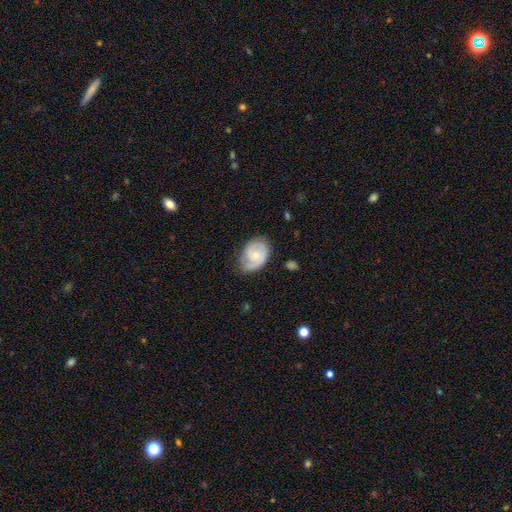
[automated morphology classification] A featured or disk galaxy (68%) with no bar (71%), 2 (56%) tight (57%) spiral arms (89%) and a small central bulge (56%). Merging: none (66%).